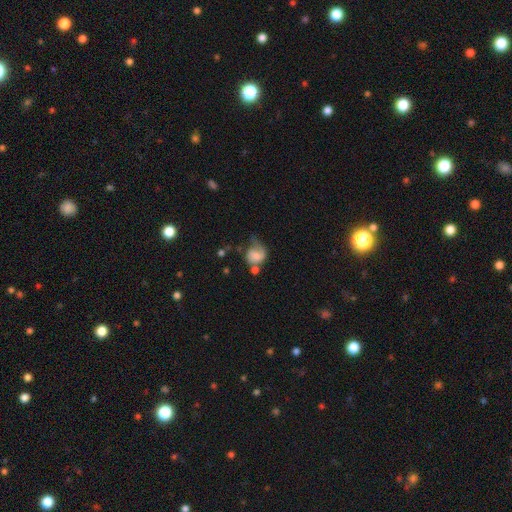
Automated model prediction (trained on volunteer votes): smooth-or-featured: smooth: 54% | featured or disk: 36% | star or artifact: 10%
  how-rounded: round: 56% | in between: 43% | cigar-shaped: 1%
  merging: major disturbance: 33% | minor disturbance: 25% | none: 25% | merger: 17%